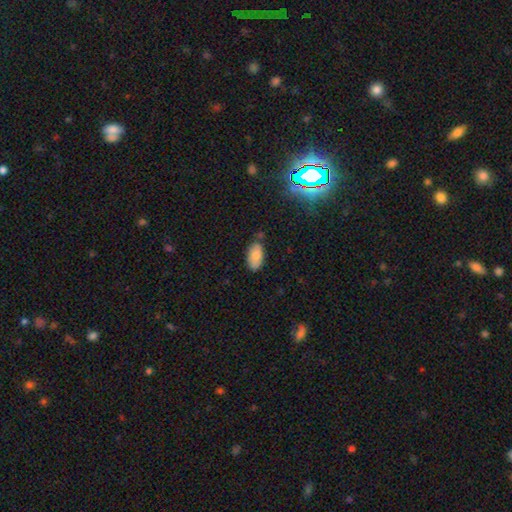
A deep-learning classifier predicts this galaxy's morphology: type=smooth (81%); roundness=in between (93%); merging=none (71%).